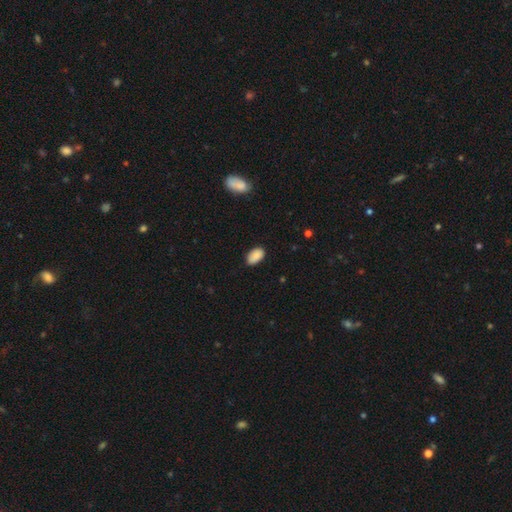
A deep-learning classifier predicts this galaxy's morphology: A smooth galaxy with no disk features (88%) that is in between round and cigar-shaped (94%). Merging: none (79%).